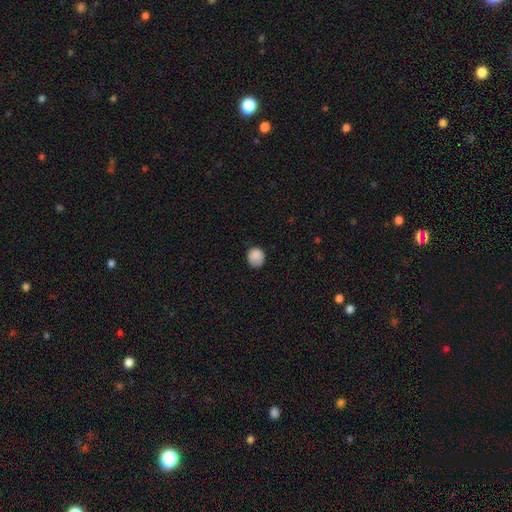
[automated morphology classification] The model was most divided on "merging": none: 78%, minor disturbance: 18%, major disturbance: 4%, merger: 1%. More confident: smooth or featured — smooth (87%); how rounded — round (82%).